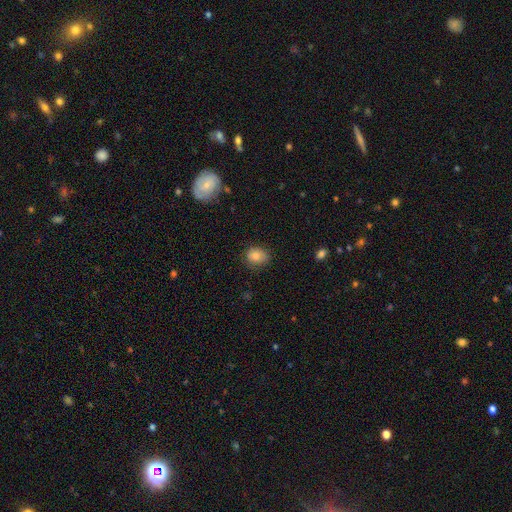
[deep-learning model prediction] Smooth or featured: smooth — 79% (featured or disk — 11%)
How rounded: round — 57% (in between — 42%)
Merging: none — 76% (minor disturbance — 18%)